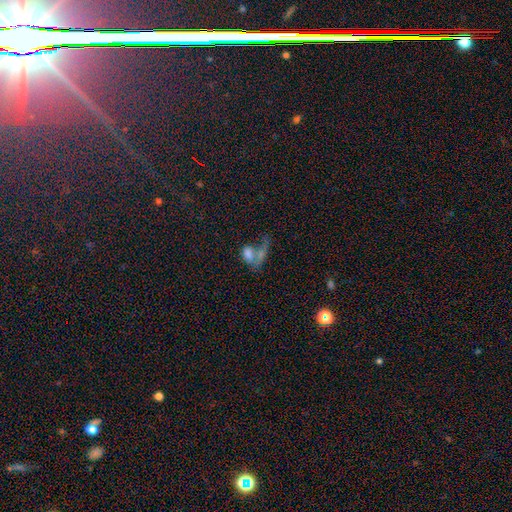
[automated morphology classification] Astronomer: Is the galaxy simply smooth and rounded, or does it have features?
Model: smooth — 58%.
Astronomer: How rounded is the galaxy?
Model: in between — 73%.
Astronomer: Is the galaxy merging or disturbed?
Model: merger — 53%.